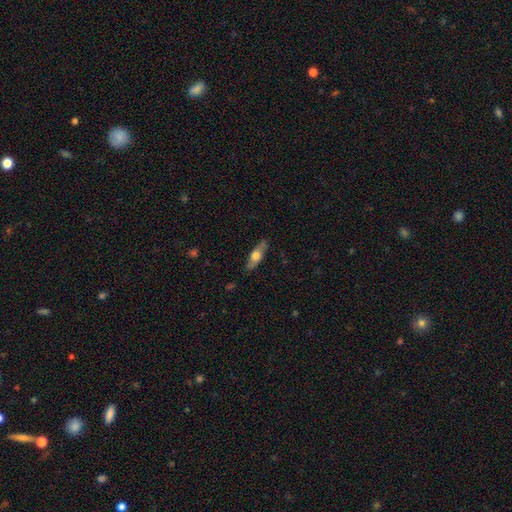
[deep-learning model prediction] Smooth or featured?
  - smooth: 53% *
  - featured or disk: 41%
  - star or artifact: 6%
How rounded?
  - in between: 50% *
  - cigar-shaped: 47%
  - round: 3%
Merging?
  - none: 85% *
  - minor disturbance: 11%
  - major disturbance: 2%
  - merger: 1%